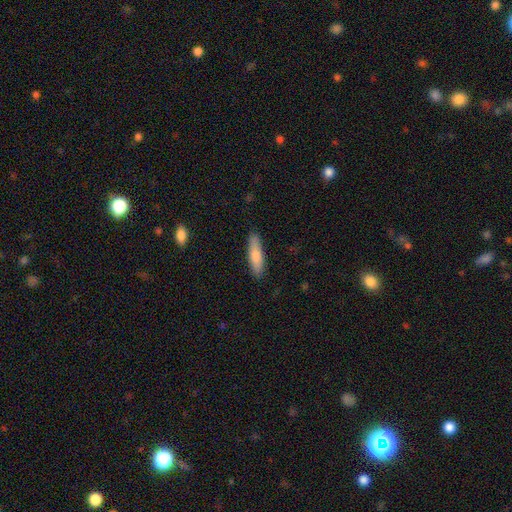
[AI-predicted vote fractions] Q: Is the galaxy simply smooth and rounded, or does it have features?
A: smooth — 80%.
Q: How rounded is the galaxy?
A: cigar-shaped — 71%.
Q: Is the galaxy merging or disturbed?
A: none — 87%.